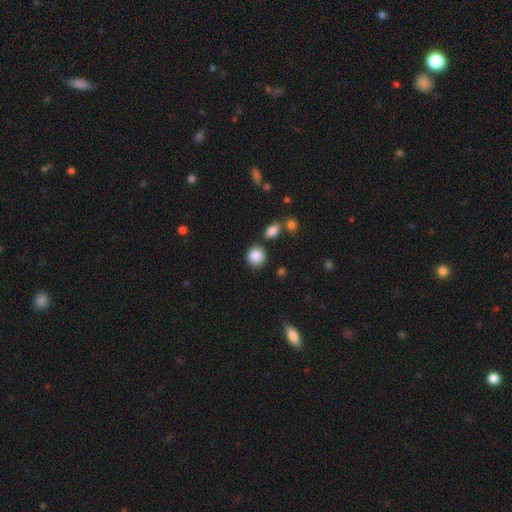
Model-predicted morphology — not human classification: A smooth galaxy with no disk features (87%) that is round (86%).

Vote fractions:
- Smooth or featured? smooth: 87% / star or artifact: 8% / featured or disk: 4%
- How rounded? round: 86% / in between: 13% / cigar-shaped: 1%
- Merging? none: 79% / minor disturbance: 11% / merger: 7% / major disturbance: 3%